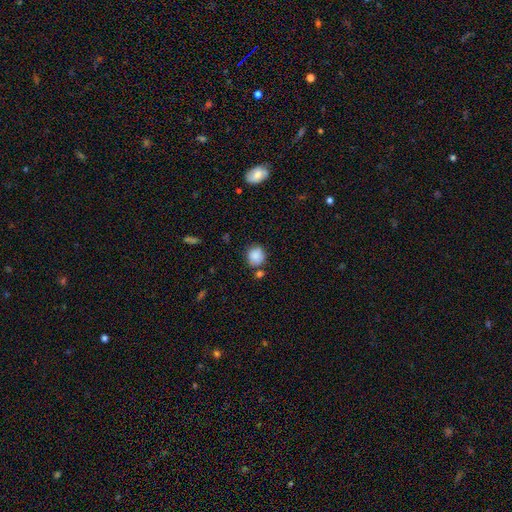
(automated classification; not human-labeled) smooth-or-featured: smooth: 86% | star or artifact: 9% | featured or disk: 5%
  how-rounded: round: 84% | in between: 15% | cigar-shaped: 1%
  merging: none: 73% | minor disturbance: 14% | merger: 9% | major disturbance: 4%